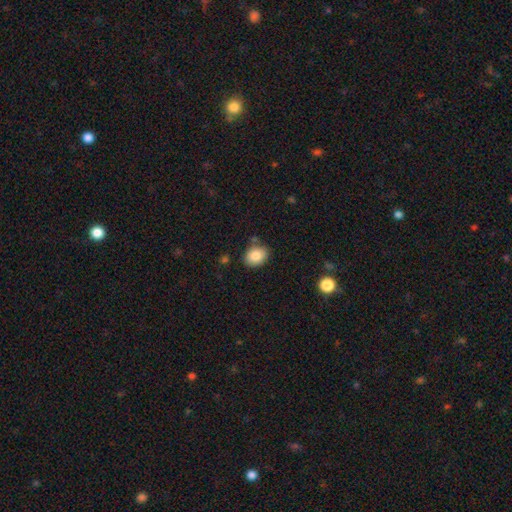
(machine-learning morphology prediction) smooth 85%, star or artifact 8%, featured or disk 6%. Down the decision tree: how rounded — in between (64%); merging — none (78%).